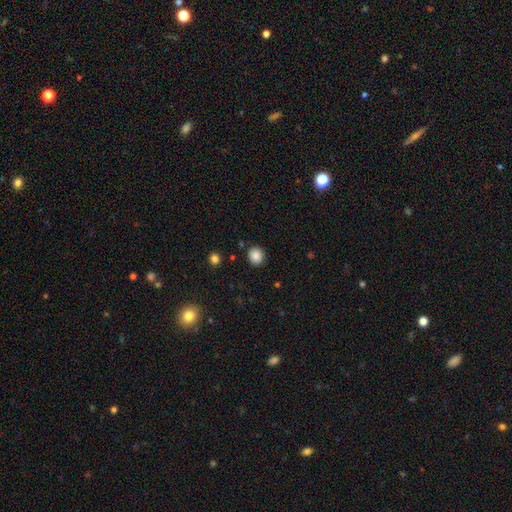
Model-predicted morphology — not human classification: A smooth galaxy with no disk features (86%) that is round (83%).

Vote fractions:
- Smooth or featured? smooth: 86% / star or artifact: 10% / featured or disk: 4%
- How rounded? round: 83% / in between: 16% / cigar-shaped: 1%
- Merging? none: 89% / minor disturbance: 7% / major disturbance: 2% / merger: 2%